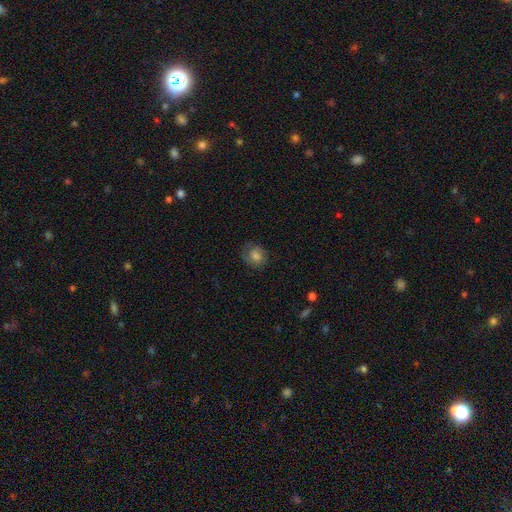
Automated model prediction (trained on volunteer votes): Smooth or featured: smooth — 57% (featured or disk — 32%)
How rounded: round — 66% (in between — 33%)
Merging: none — 66% (minor disturbance — 21%)